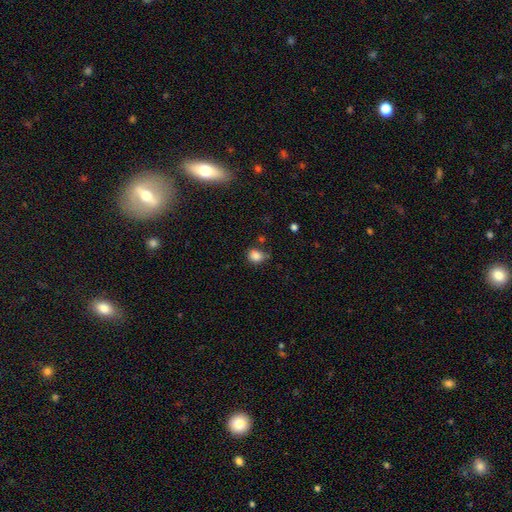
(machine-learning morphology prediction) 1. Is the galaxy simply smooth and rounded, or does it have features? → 85% smooth, 11% star or artifact, 5% featured or disk.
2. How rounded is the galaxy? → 62% round, 37% in between, 1% cigar-shaped.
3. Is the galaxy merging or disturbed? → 63% none, 26% minor disturbance, 6% major disturbance, 4% merger.